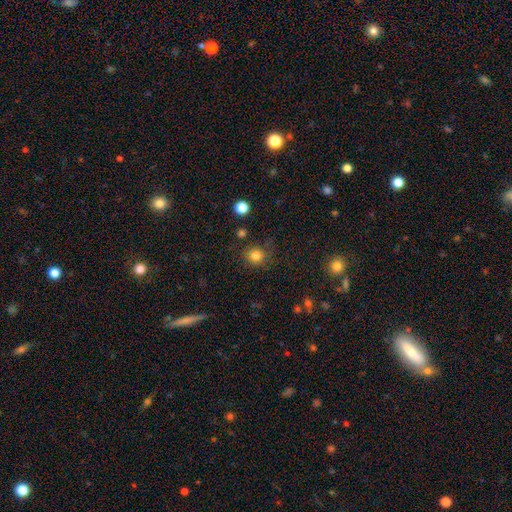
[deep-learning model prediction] smooth_or_featured: smooth (p=0.81) [alt: star or artifact p=0.13]
how_rounded: round (p=0.87) [alt: in between p=0.12]
merging: none (p=0.80) [alt: minor disturbance p=0.12]